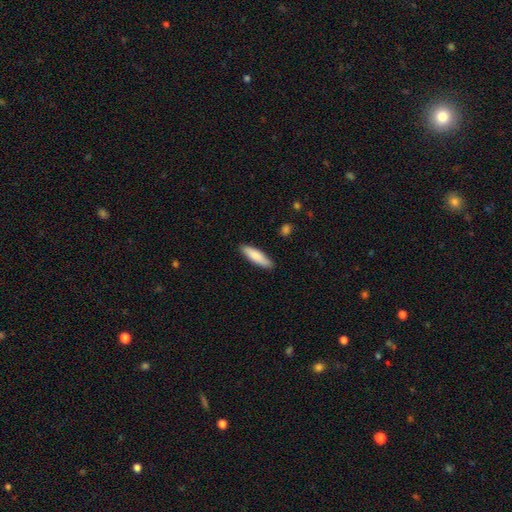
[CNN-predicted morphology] This appears to be a smooth galaxy with no disk features (83%) that is cigar-shaped (62%). Merging: none (88%).